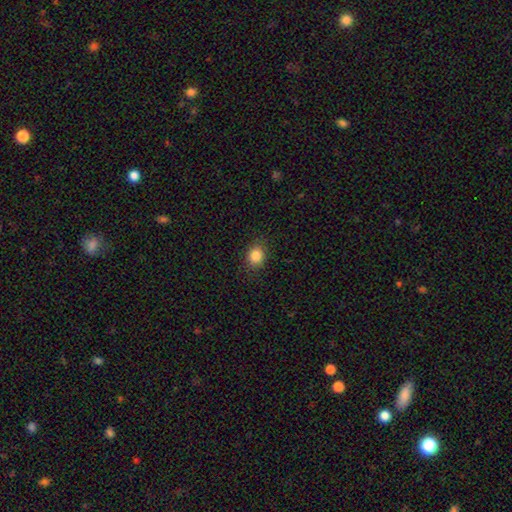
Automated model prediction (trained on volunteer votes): A smooth galaxy with no disk features (85%) that is round (61%). Merging: none (86%).